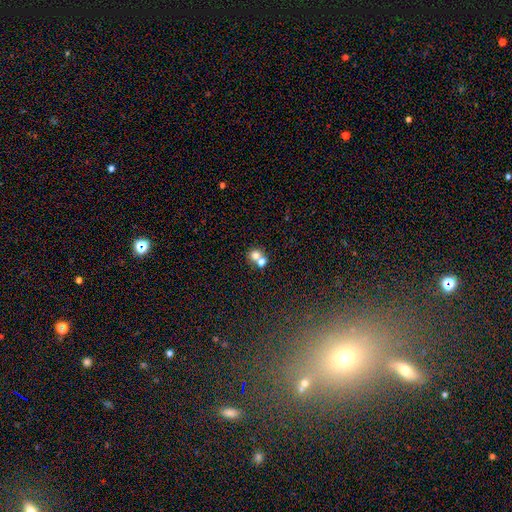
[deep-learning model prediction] Q: Smooth or featured?
A: smooth (71%); runner-up: star or artifact (14%)
Q: How rounded?
A: round (81%); runner-up: in between (18%)
Q: Merging?
A: merger (53%); runner-up: none (39%)